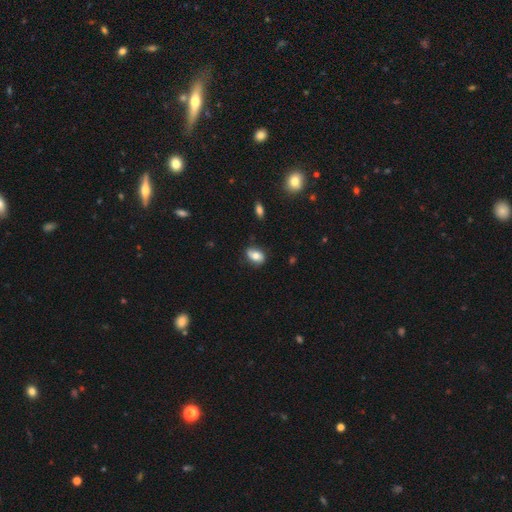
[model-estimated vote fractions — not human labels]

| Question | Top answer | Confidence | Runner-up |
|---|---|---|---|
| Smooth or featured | smooth | 70% | featured or disk (22%) |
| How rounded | in between | 84% | round (14%) |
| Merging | none | 72% | minor disturbance (21%) |